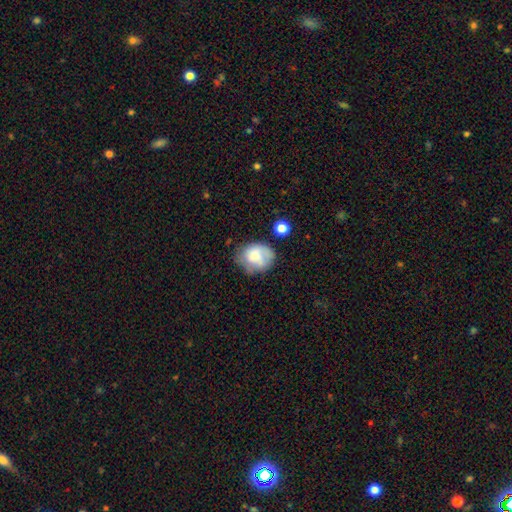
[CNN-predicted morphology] A smooth galaxy with no disk features (69%) that is round (50%).

Vote fractions:
- Smooth or featured? smooth: 69% / featured or disk: 23% / star or artifact: 9%
- How rounded? round: 50% / in between: 49% / cigar-shaped: 1%
- Merging? none: 52% / minor disturbance: 29% / major disturbance: 12% / merger: 7%